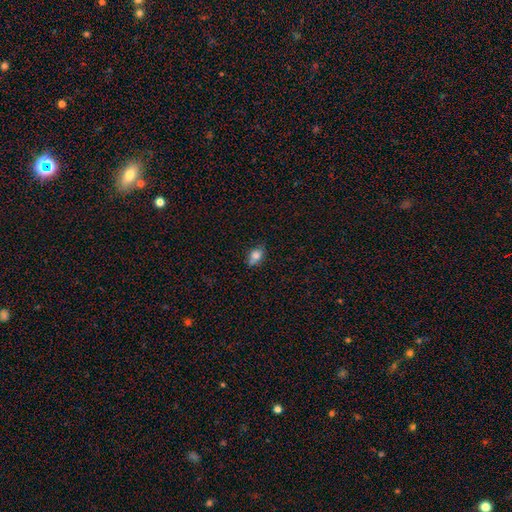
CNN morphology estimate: Smooth or featured?
  - smooth: 76% *
  - star or artifact: 12%
  - featured or disk: 12%
How rounded?
  - in between: 68% *
  - round: 29%
  - cigar-shaped: 4%
Merging?
  - none: 58% *
  - minor disturbance: 27%
  - merger: 9%
  - major disturbance: 6%